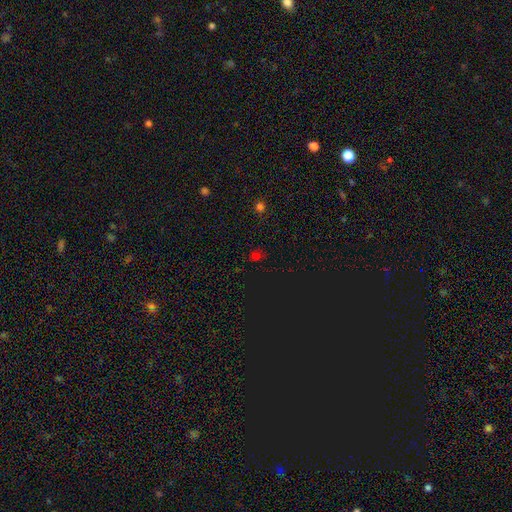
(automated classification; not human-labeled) smooth_or_featured: smooth (p=0.50) [alt: star or artifact p=0.45]
merging: none (p=0.80) [alt: minor disturbance p=0.12]